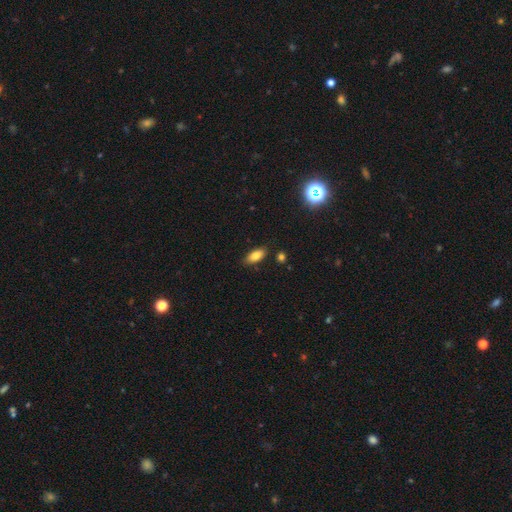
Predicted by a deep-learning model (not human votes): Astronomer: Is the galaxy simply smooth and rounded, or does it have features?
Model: smooth — 82%.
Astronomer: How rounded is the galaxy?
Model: in between — 87%.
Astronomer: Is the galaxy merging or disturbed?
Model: none — 85%.